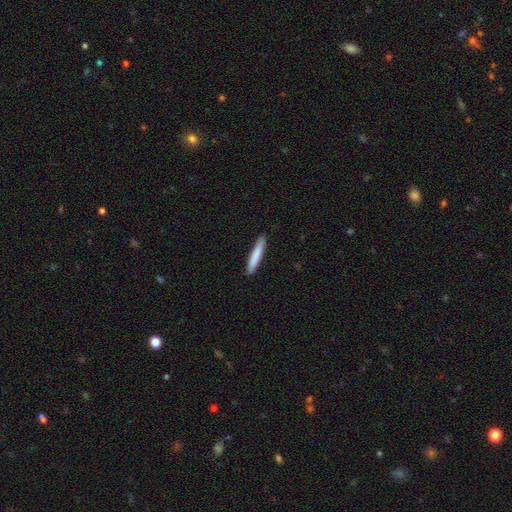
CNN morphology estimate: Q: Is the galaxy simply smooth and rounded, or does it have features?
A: smooth — 81%.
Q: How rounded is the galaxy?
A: cigar-shaped — 94%.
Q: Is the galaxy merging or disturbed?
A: none — 90%.